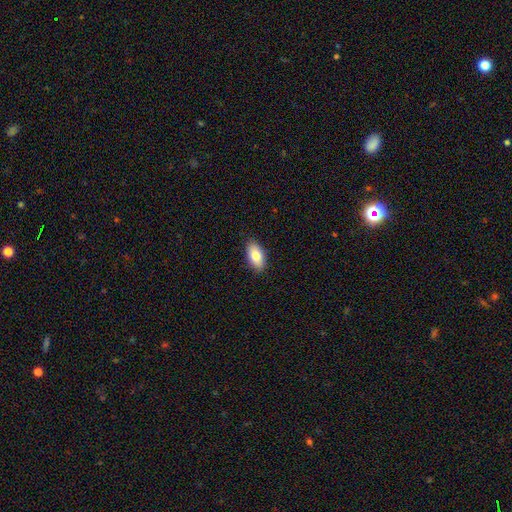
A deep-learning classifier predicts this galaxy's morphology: A smooth galaxy with no disk features (81%) that is in between round and cigar-shaped (92%).

Vote fractions:
- Smooth or featured? smooth: 81% / featured or disk: 12% / star or artifact: 7%
- How rounded? in between: 92% / cigar-shaped: 4% / round: 4%
- Merging? none: 89% / minor disturbance: 8% / major disturbance: 2% / merger: 1%